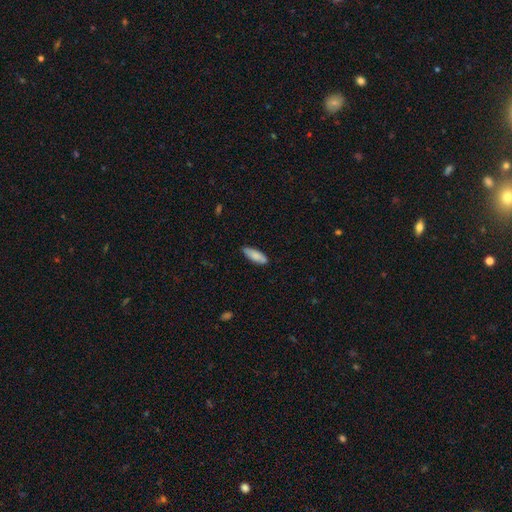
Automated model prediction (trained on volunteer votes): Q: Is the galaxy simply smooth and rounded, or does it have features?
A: smooth — 82%.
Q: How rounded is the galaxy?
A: in between — 63%.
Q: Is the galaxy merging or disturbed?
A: none — 81%.